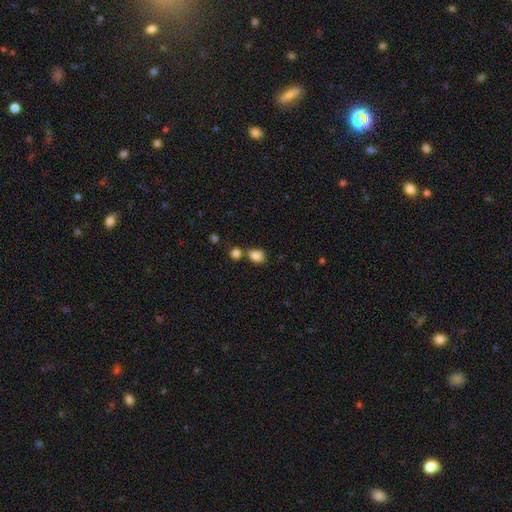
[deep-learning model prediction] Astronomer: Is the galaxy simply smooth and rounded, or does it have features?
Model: smooth — 81%.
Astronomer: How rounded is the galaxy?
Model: in between — 70%.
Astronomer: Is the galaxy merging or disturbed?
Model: none — 47% (runner-up: merger, 27%).